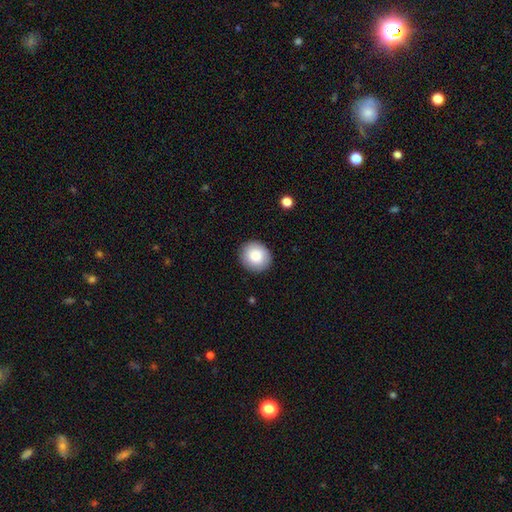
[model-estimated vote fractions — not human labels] Overall: smooth (85%). How rounded: round (85%). Merging: none (89%).